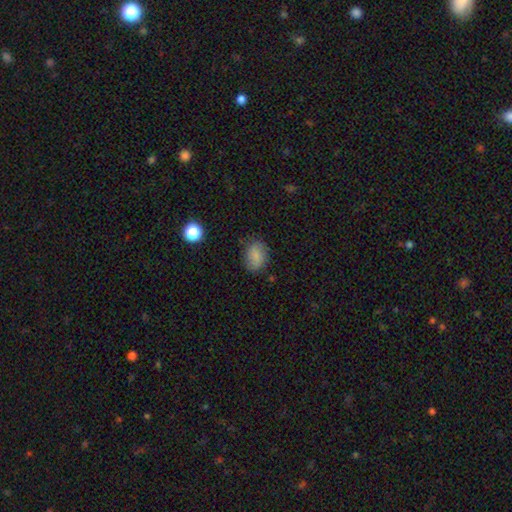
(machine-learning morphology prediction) A smooth galaxy with no disk features (80%) that is in between round and cigar-shaped (71%). Merging: none (78%).